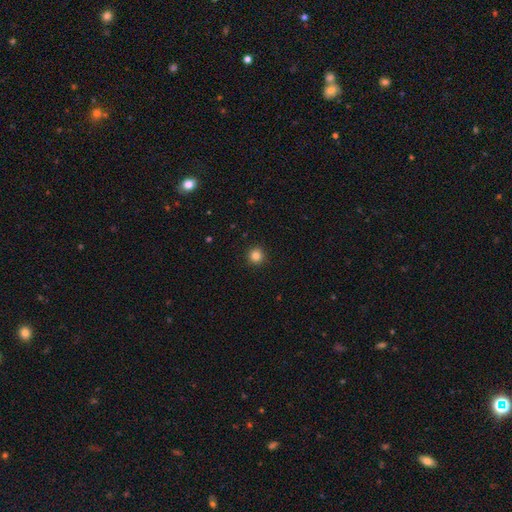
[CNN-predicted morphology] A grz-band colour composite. It shows a smooth galaxy with no disk features (84%) that is round (95%). Merging: none (93%).